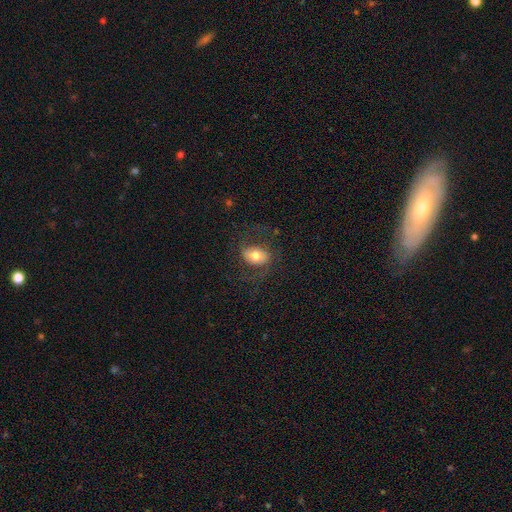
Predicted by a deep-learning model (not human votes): This appears to be a smooth galaxy with no disk features (53%) that is in between round and cigar-shaped (75%). Merging: none (66%).